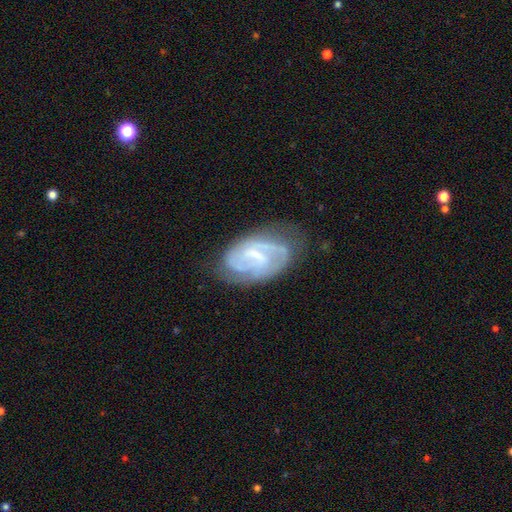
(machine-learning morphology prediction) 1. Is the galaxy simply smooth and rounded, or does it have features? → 78% featured or disk, 15% smooth, 7% star or artifact.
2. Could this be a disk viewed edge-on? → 97% no, 3% yes.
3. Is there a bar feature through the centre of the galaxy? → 51% weak, 28% strong, 20% no.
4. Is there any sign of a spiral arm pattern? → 89% yes, 11% no.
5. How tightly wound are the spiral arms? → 46% tight, 41% medium, 13% loose.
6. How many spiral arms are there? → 45% 2, 28% can't tell, 15% 3, 5% 1, 4% 4, 3% more than 4.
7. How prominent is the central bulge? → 50% small, 26% none, 21% moderate, 2% large, 1% dominant.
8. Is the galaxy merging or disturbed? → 61% none, 24% minor disturbance, 13% major disturbance, 2% merger.